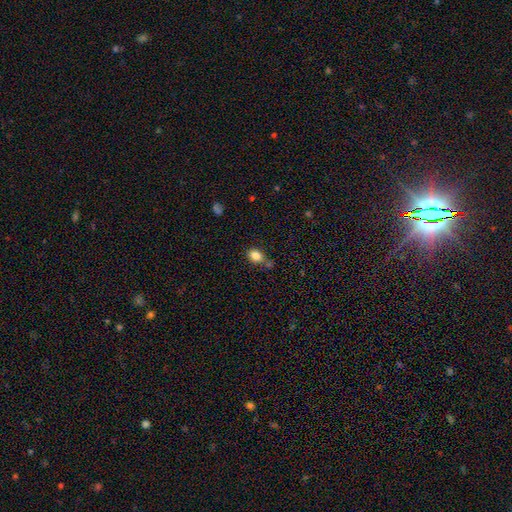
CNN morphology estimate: Smooth or featured?
  - smooth: 84% *
  - star or artifact: 10%
  - featured or disk: 6%
How rounded?
  - in between: 62% *
  - round: 37%
  - cigar-shaped: 1%
Merging?
  - none: 65% *
  - minor disturbance: 18%
  - merger: 12%
  - major disturbance: 5%